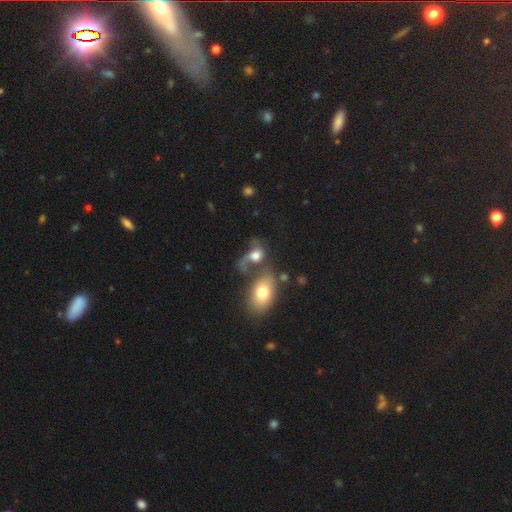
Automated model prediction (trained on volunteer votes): This is possibly a smooth galaxy (50%). How rounded: likely in between (70%). Merging: possibly merger (51%).